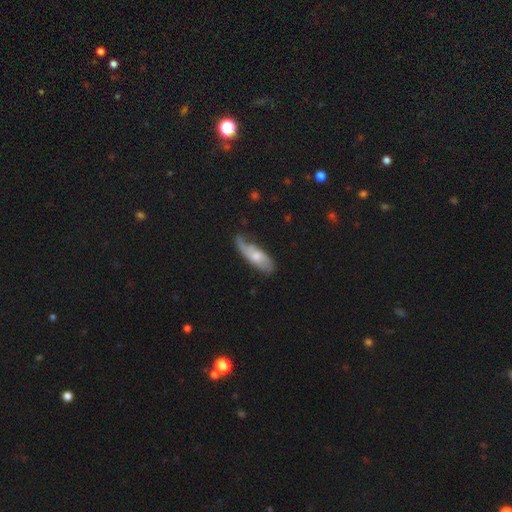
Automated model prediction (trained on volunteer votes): featured or disk 50%, smooth 45%, star or artifact 6%. Down the decision tree: merging — none (46%).